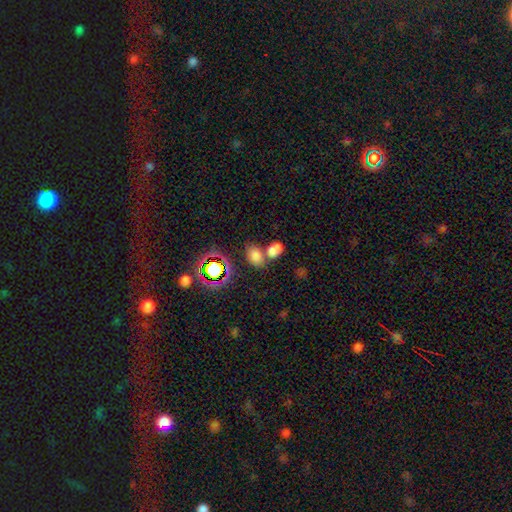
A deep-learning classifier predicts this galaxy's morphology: A smooth galaxy with no disk features (73%) that is in between round and cigar-shaped (78%).

Vote fractions:
- Smooth or featured? smooth: 73% / star or artifact: 18% / featured or disk: 8%
- How rounded? in between: 78% / round: 21% / cigar-shaped: 2%
- Merging? none: 47% / merger: 40% / minor disturbance: 9% / major disturbance: 4%